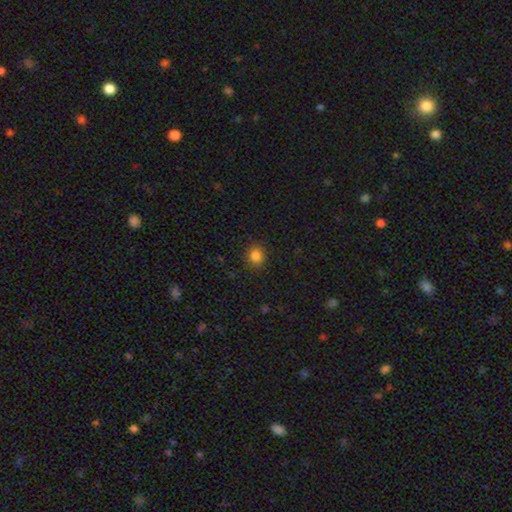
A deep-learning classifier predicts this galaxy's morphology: smooth-or-featured: smooth: 83% | star or artifact: 12% | featured or disk: 4%
  how-rounded: round: 83% | in between: 16% | cigar-shaped: 1%
  merging: none: 88% | minor disturbance: 8% | major disturbance: 2% | merger: 1%